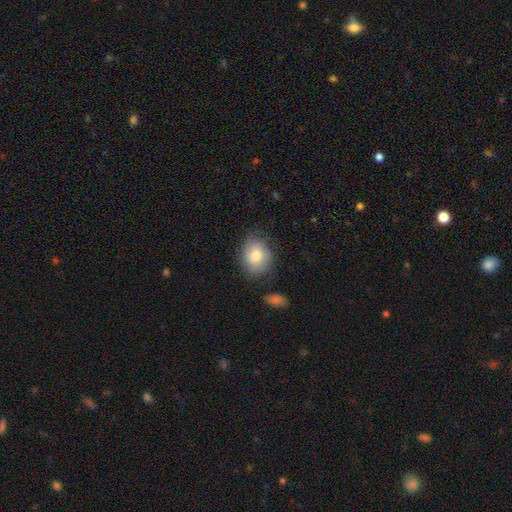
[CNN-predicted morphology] type=smooth (79%); roundness=round (58%); merging=none (73%).